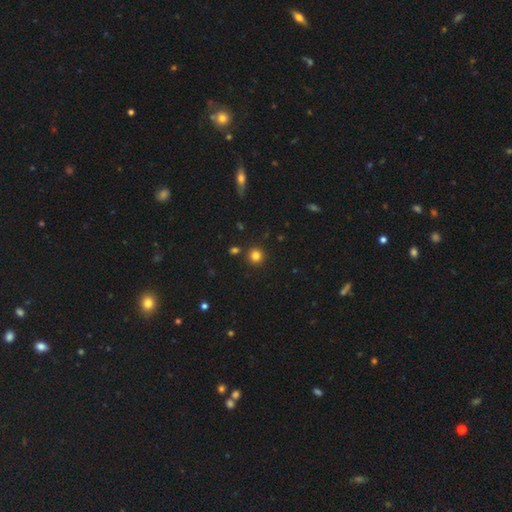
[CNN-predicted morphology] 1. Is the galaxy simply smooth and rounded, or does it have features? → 82% smooth, 13% star or artifact, 5% featured or disk.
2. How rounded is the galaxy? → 93% round, 6% in between, 1% cigar-shaped.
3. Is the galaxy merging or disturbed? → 88% none, 6% minor disturbance, 4% merger, 2% major disturbance.